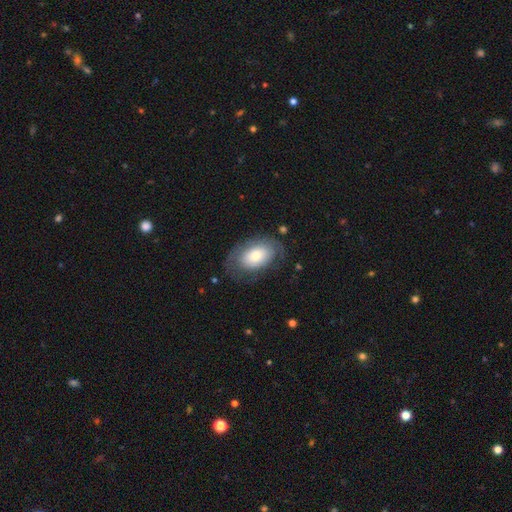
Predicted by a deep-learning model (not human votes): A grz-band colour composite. It shows a smooth galaxy with no disk features (58%) that is in between round and cigar-shaped (86%). Merging: none (64%).